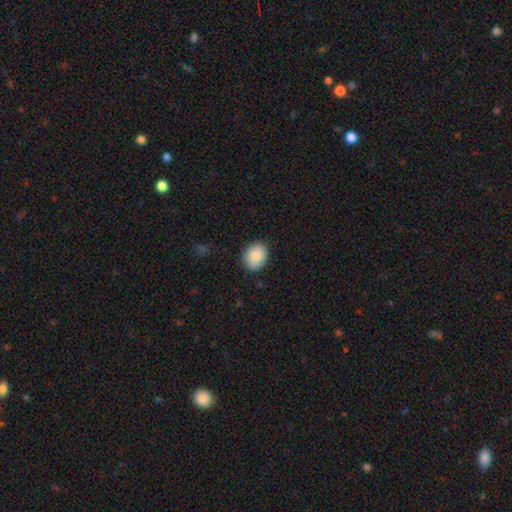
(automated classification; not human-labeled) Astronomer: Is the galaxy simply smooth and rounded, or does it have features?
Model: smooth — 86%.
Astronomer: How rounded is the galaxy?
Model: in between — 50% (runner-up: round, 49%).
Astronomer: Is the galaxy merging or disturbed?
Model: none — 85%.